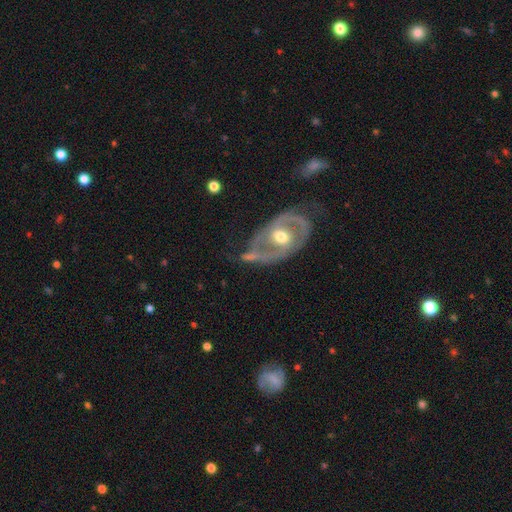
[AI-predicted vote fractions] Morphology: type=featured or disk (80%); edge-on=no (94%); bar=no (57%); spiral arms=yes (75%); winding=medium (42%); arm count=2 (69%); bulge=moderate (76%); merging=none (49%).